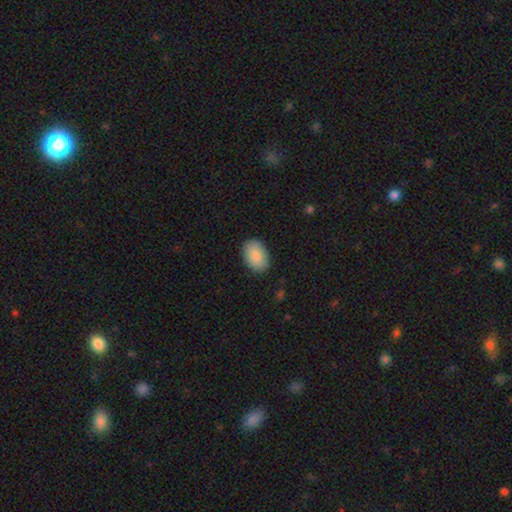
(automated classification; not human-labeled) Morphology: type=smooth (88%); roundness=in between (87%); merging=none (87%).